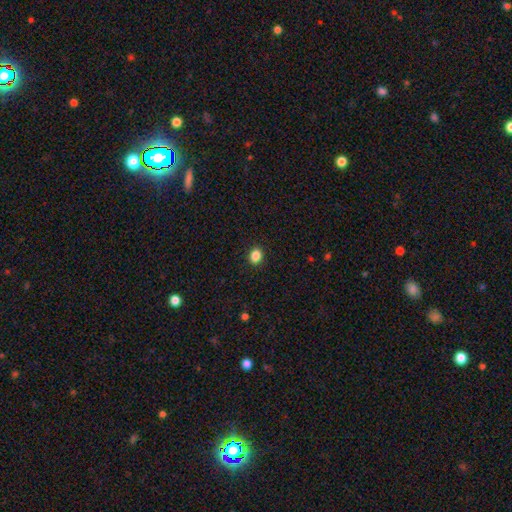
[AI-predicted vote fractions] This appears to be a smooth galaxy with no disk features (87%) that is round (51%). Merging: none (91%).